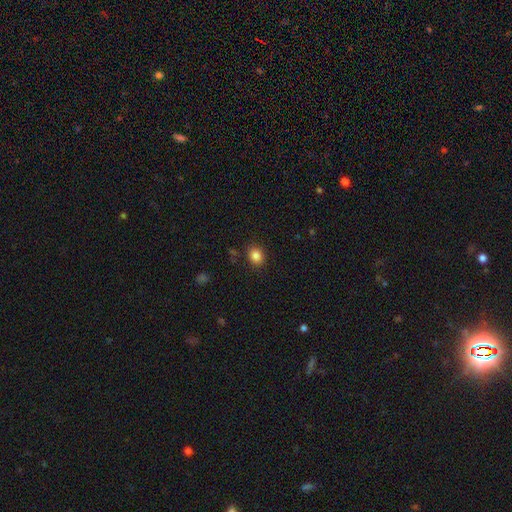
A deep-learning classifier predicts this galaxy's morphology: Smooth or featured?
  - smooth: 85% *
  - star or artifact: 10%
  - featured or disk: 4%
How rounded?
  - round: 61% *
  - in between: 38%
  - cigar-shaped: 1%
Merging?
  - none: 87% *
  - minor disturbance: 9%
  - major disturbance: 3%
  - merger: 2%